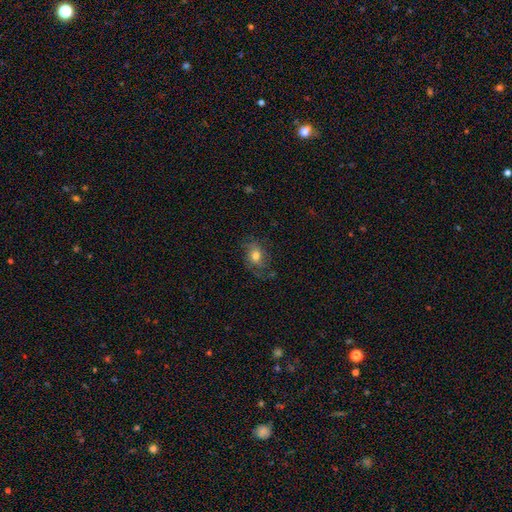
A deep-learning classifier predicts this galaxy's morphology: smooth_or_featured: smooth (p=0.51) [alt: featured or disk p=0.39]
how_rounded: in between (p=0.65) [alt: round p=0.33]
merging: none (p=0.58) [alt: minor disturbance p=0.23]